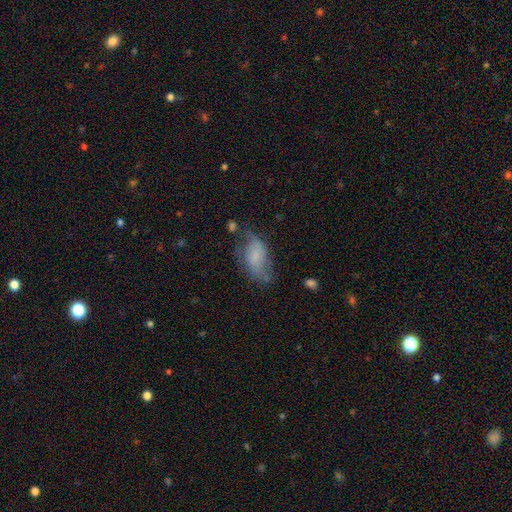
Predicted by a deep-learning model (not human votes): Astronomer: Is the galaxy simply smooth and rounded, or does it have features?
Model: smooth — 56% (runner-up: featured or disk, 34%).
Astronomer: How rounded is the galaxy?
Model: in between — 91%.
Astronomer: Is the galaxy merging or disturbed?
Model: none — 42% (runner-up: minor disturbance, 31%).